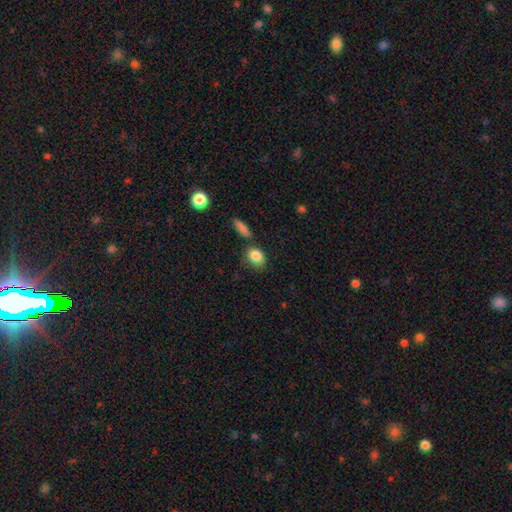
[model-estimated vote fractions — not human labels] Smooth or featured? Predicted: smooth (p=0.85). How rounded? Predicted: in between (p=0.59). Merging? Predicted: none (p=0.67).